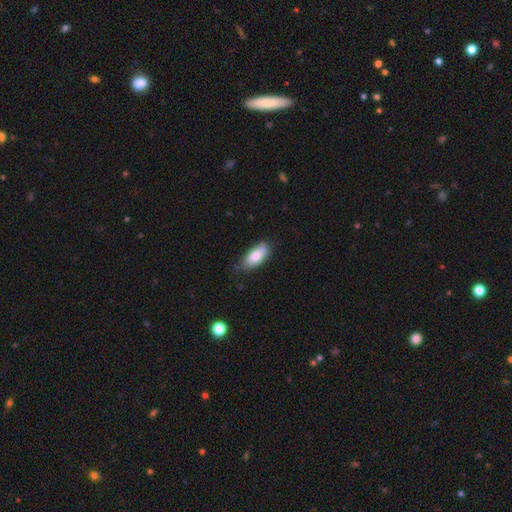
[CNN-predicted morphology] Smooth or featured? smooth (79%)
How rounded? in between (87%)
Merging? none (65%)